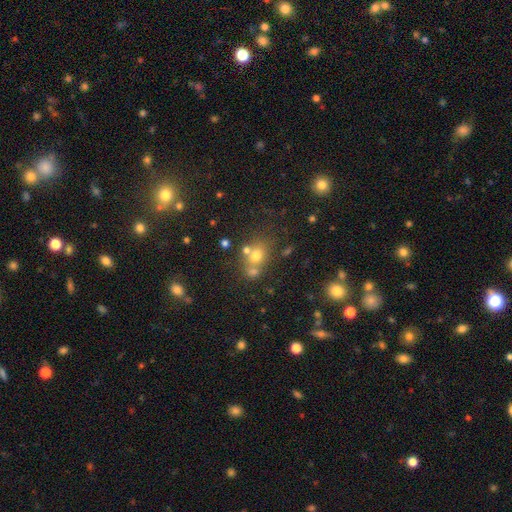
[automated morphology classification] This is likely a smooth galaxy (65%). How rounded: likely round (65%). Merging: possibly none (49%).